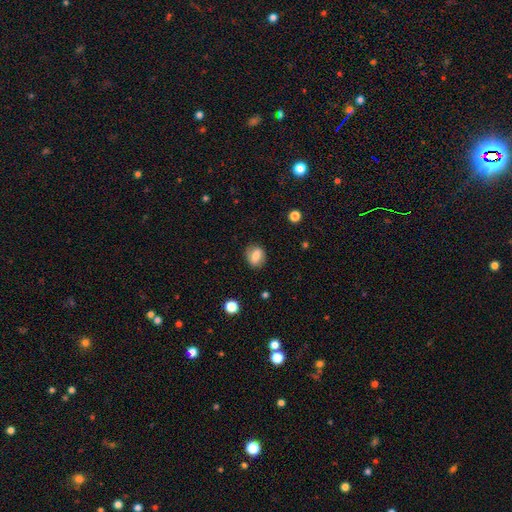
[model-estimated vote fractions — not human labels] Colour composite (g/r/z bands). It shows a smooth galaxy with no disk features (68%) that is round (50%). Merging: none (83%).